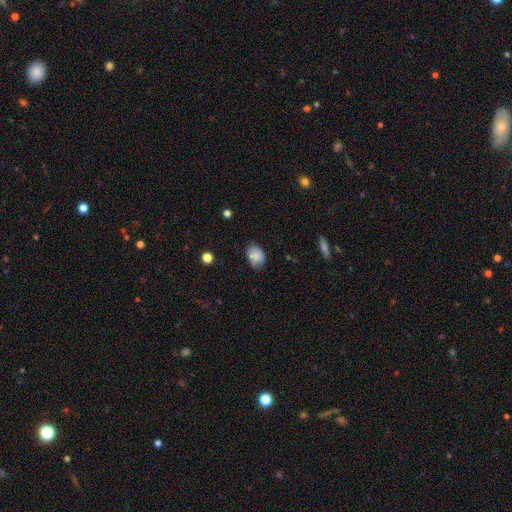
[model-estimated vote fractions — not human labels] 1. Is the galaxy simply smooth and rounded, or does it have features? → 83% smooth, 9% featured or disk, 8% star or artifact.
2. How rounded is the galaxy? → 75% in between, 24% round, 1% cigar-shaped.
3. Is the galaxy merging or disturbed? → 72% none, 22% minor disturbance, 4% major disturbance, 1% merger.